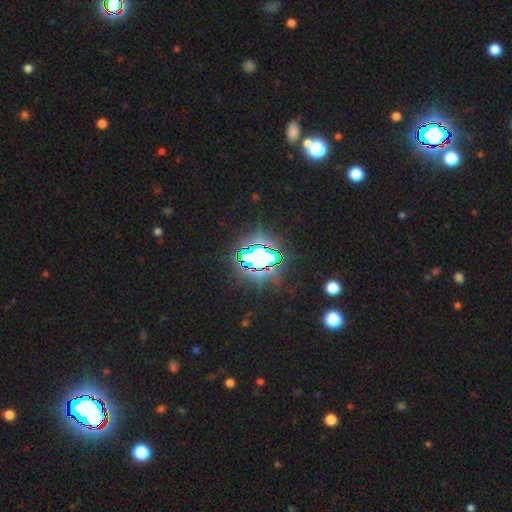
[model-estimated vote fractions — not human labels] smooth-or-featured: star or artifact: 78% | smooth: 13% | featured or disk: 9%